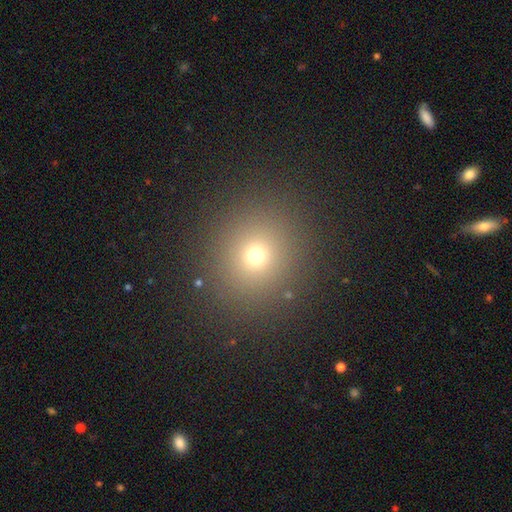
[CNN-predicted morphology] Smooth or featured? smooth (68%)
How rounded? round (87%)
Merging? none (89%)